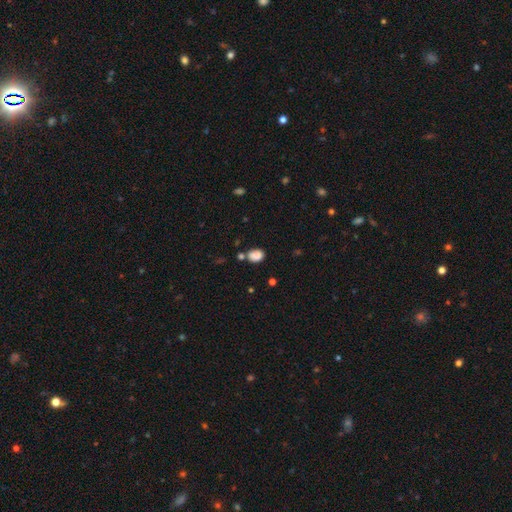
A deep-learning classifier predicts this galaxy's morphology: type=smooth (84%); roundness=in between (70%); merging=none (55%).